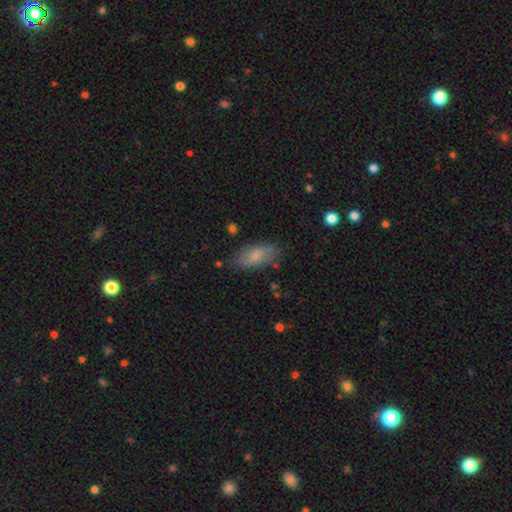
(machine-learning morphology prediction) This is likely a smooth galaxy (77%). How rounded: clearly in between (86%). Merging: likely none (77%).